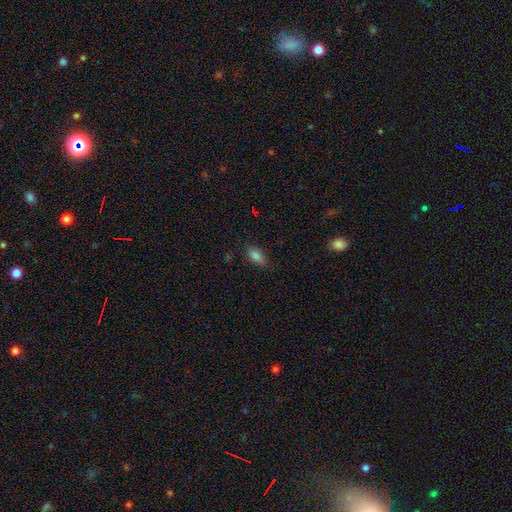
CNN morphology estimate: type=smooth (82%); roundness=in between (86%); merging=none (70%).